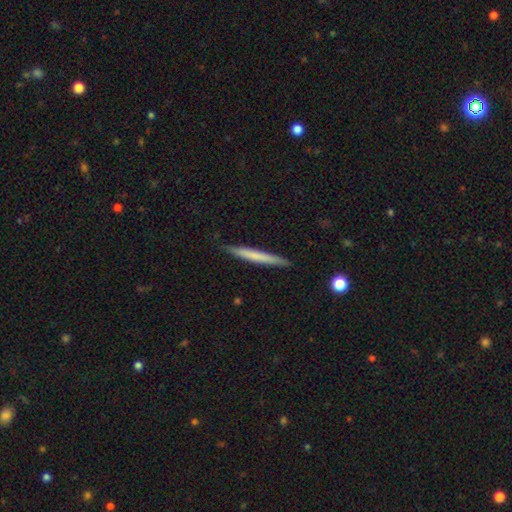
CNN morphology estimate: A smooth galaxy with no disk features (63%) that is cigar-shaped (97%). Merging: none (89%).